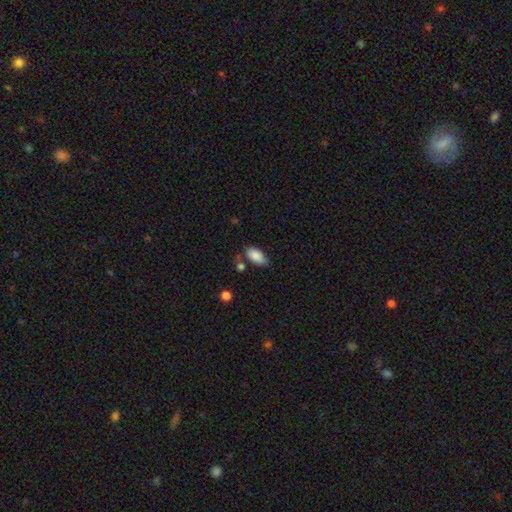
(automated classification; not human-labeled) Smooth or featured? Predicted: smooth (p=0.86). How rounded? Predicted: in between (p=0.93). Merging? Predicted: none (p=0.61).